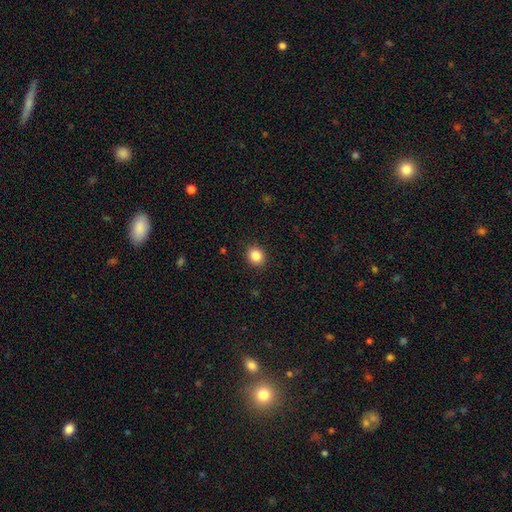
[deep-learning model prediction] Smooth or featured?
  - smooth: 86% *
  - star or artifact: 10%
  - featured or disk: 4%
How rounded?
  - round: 74% *
  - in between: 25%
  - cigar-shaped: 1%
Merging?
  - none: 90% *
  - minor disturbance: 7%
  - major disturbance: 2%
  - merger: 1%